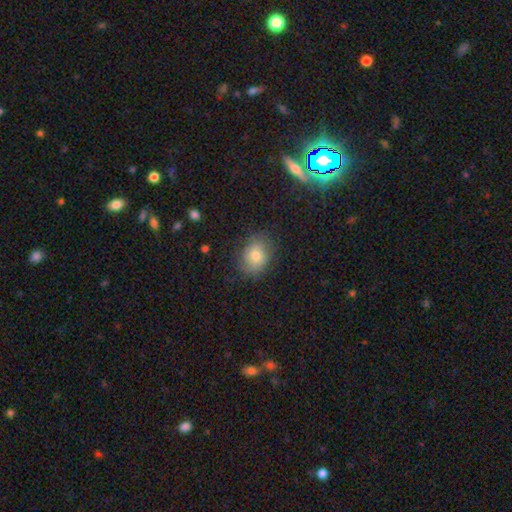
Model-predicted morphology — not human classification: Overall: smooth (74%). How rounded: in between (57%; round 42%). Merging: none (77%).